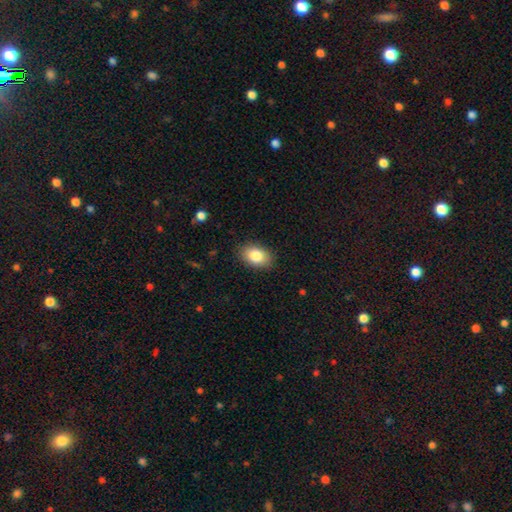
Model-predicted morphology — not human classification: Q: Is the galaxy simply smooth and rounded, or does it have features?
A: smooth — 85%.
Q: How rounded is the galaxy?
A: in between — 86%.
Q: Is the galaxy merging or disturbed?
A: none — 87%.